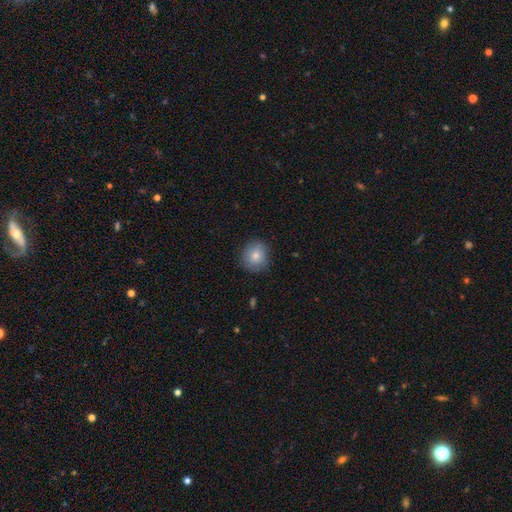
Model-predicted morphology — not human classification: This appears to be a smooth galaxy with no disk features (78%) that is round (89%). Merging: none (83%).